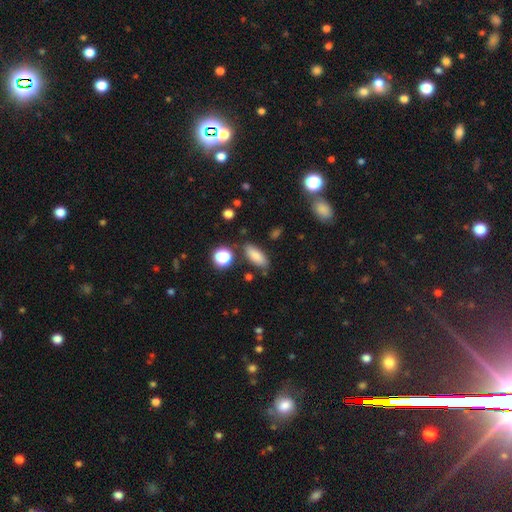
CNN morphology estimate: This is clearly a smooth galaxy (82%). How rounded: likely in between (76%). Merging: clearly none (81%).